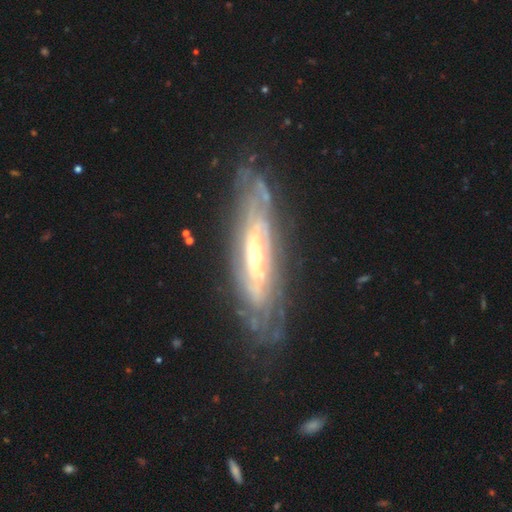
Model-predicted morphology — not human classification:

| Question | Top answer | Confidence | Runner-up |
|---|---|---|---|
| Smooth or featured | featured or disk | 85% | smooth (9%) |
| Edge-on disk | no | 73% | yes (27%) |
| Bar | no | 52% | weak (29%) |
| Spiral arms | yes | 87% | no (13%) |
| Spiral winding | tight | 76% | medium (19%) |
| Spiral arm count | can't tell | 62% | 2 (12%) |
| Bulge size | moderate | 46% | tied: small (46%) |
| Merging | none | 77% | minor disturbance (16%) |